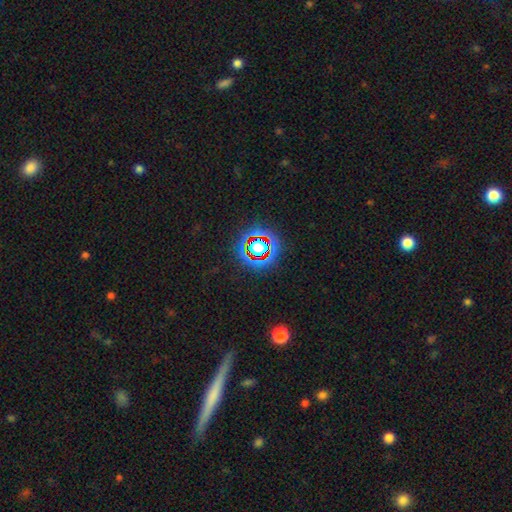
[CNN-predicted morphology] This appears to be a star or artifact, not a galaxy (73%).